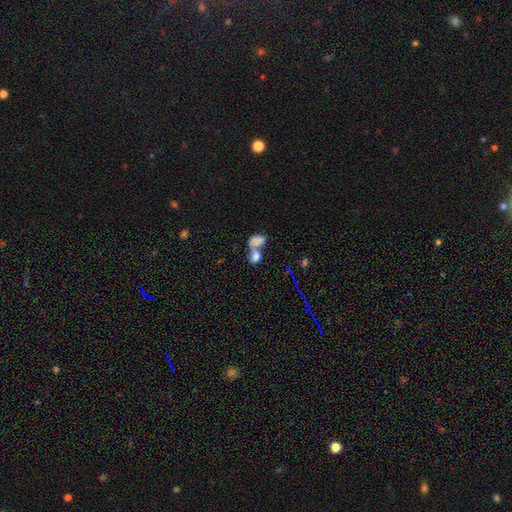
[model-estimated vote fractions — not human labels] Morphology: type=smooth (73%); roundness=in between (77%); merging=merger (70%).